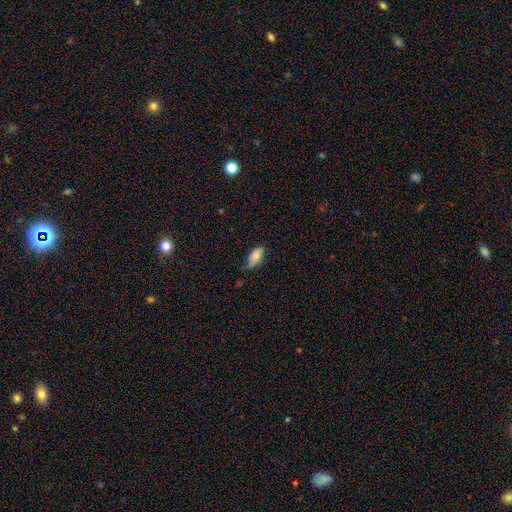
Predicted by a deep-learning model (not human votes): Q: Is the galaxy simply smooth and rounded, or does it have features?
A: smooth — 70%.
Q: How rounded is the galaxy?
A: in between — 88%.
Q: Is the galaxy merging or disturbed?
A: none — 52%.